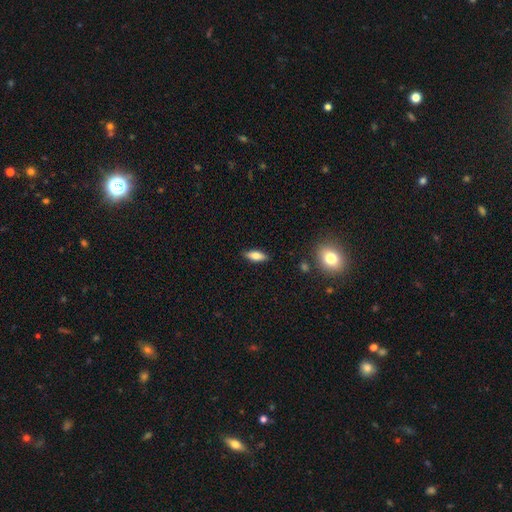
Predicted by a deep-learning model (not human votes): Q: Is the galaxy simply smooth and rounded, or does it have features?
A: smooth — 71%.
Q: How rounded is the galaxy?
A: in between — 69%.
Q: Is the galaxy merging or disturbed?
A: none — 87%.